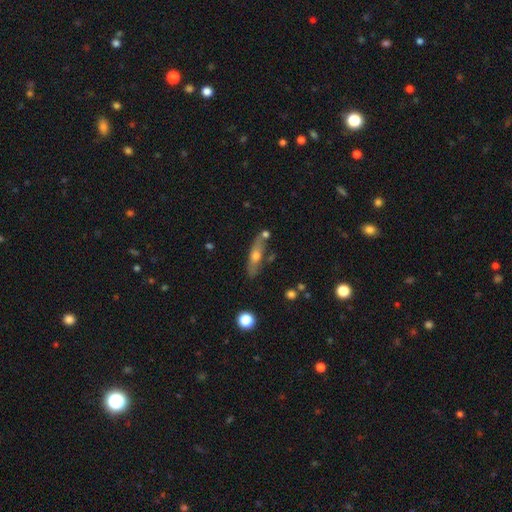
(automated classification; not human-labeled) Morphology: type=featured or disk (47%); merging=none (73%).